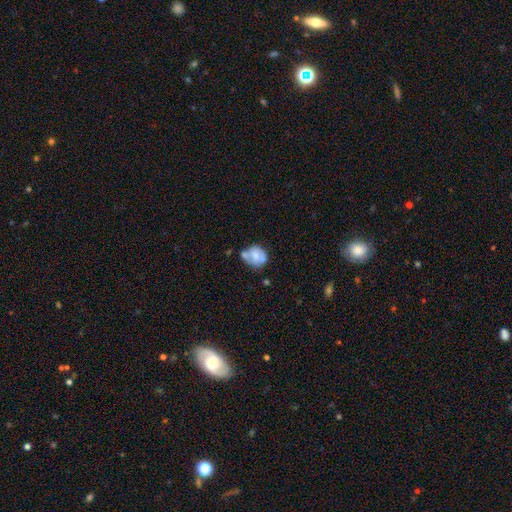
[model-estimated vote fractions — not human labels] A smooth galaxy with no disk features (59%) that is round (61%).

Vote fractions:
- Smooth or featured? smooth: 59% / featured or disk: 33% / star or artifact: 8%
- How rounded? round: 61% / in between: 38% / cigar-shaped: 1%
- Merging? none: 33% / minor disturbance: 27% / merger: 27% / major disturbance: 13%